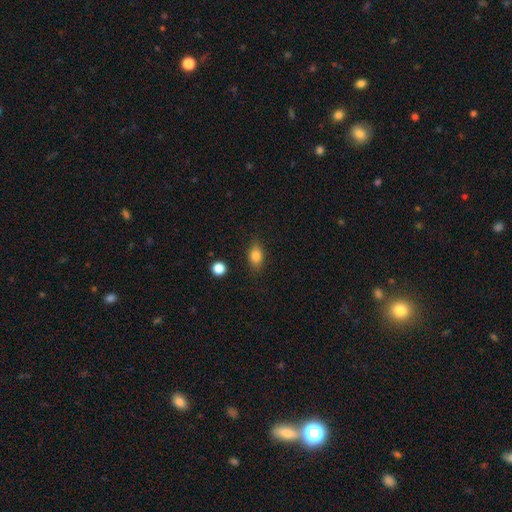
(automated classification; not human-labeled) This appears to be a smooth galaxy with no disk features (82%) that is in between round and cigar-shaped (80%). Merging: none (82%).